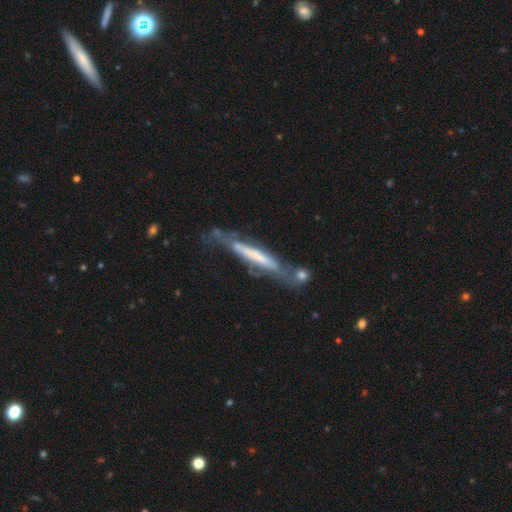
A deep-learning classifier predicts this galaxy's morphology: Smooth or featured? featured or disk (62%)
Edge-on disk? yes (76%)
Merging? none (46%)